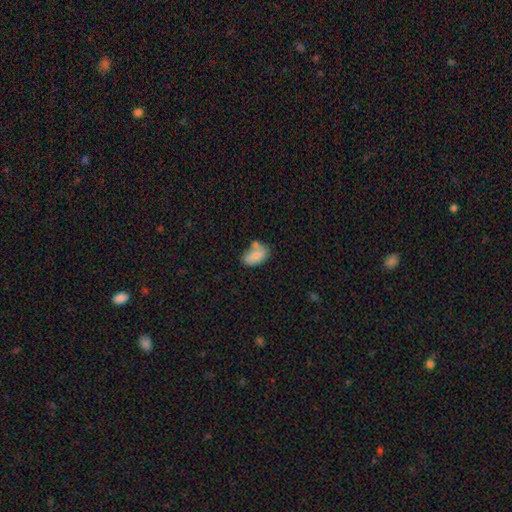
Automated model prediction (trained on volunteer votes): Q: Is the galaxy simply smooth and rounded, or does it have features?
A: smooth — 79%.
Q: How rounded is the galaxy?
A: in between — 89%.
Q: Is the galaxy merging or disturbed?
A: none — 47%.